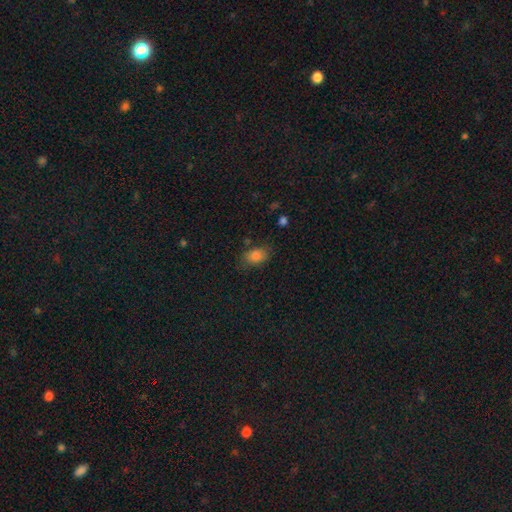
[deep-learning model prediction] Smooth or featured: smooth — 83% (star or artifact — 10%)
How rounded: in between — 80% (round — 19%)
Merging: none — 73% (minor disturbance — 19%)